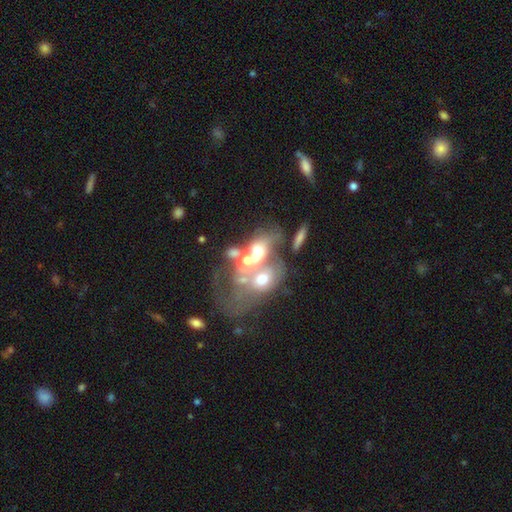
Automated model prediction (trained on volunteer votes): featured or disk 56%, smooth 26%, star or artifact 17%. Down the decision tree: edge-on disk — no (95%); bar — no (88%); spiral arms — no (89%); bulge size — moderate (42%); merging — merger (63%).